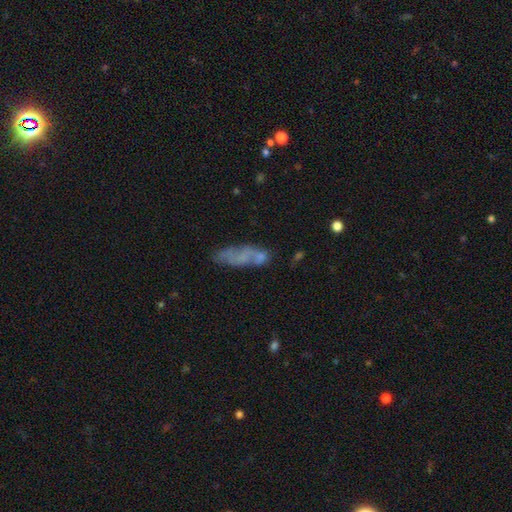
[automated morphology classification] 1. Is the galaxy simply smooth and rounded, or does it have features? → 52% smooth, 38% featured or disk, 10% star or artifact.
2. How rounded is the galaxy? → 62% in between, 34% cigar-shaped, 4% round.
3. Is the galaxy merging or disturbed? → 42% none, 22% minor disturbance, 21% merger, 15% major disturbance.